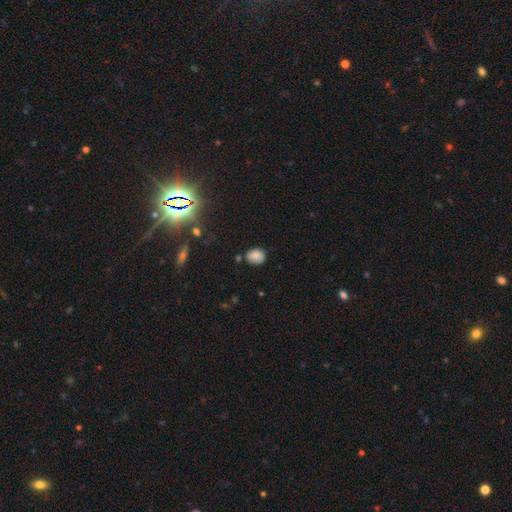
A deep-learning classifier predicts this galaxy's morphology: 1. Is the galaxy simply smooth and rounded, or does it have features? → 82% smooth, 12% star or artifact, 6% featured or disk.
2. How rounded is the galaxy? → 53% round, 46% in between, 1% cigar-shaped.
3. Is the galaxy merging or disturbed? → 76% none, 17% minor disturbance, 4% merger, 3% major disturbance.